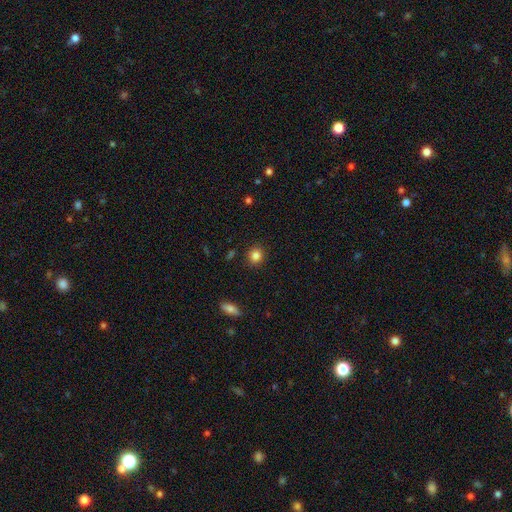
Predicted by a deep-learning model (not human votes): Smooth or featured: smooth — 84% (star or artifact — 11%)
How rounded: round — 84% (in between — 15%)
Merging: none — 90% (minor disturbance — 7%)